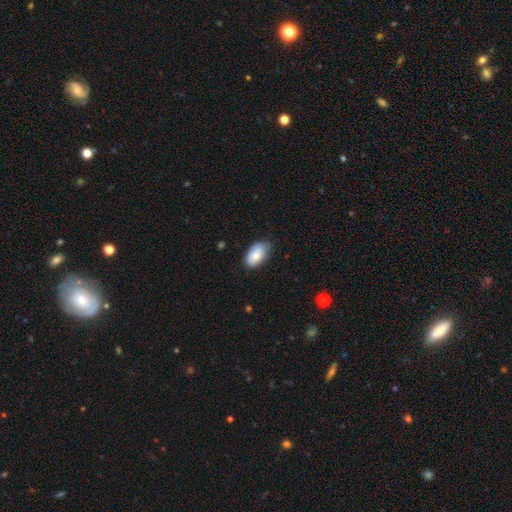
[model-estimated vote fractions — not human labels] A smooth galaxy with no disk features (76%) that is in between round and cigar-shaped (93%).

Vote fractions:
- Smooth or featured? smooth: 76% / featured or disk: 17% / star or artifact: 7%
- How rounded? in between: 93% / round: 5% / cigar-shaped: 2%
- Merging? none: 69% / minor disturbance: 26% / major disturbance: 4% / merger: 1%